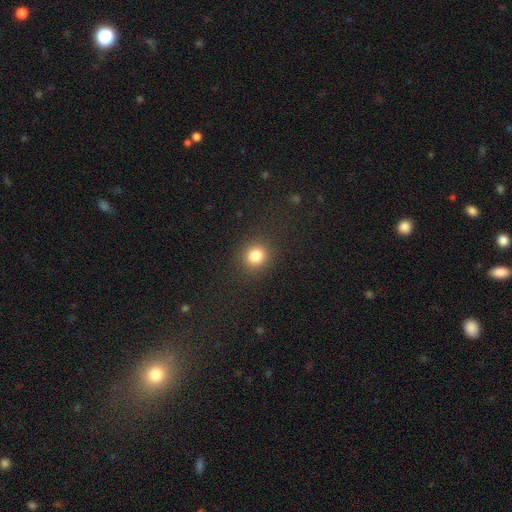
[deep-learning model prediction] smooth-or-featured: smooth: 83% | star or artifact: 12% | featured or disk: 5%
  how-rounded: round: 86% | in between: 13% | cigar-shaped: 1%
  merging: none: 89% | minor disturbance: 7% | major disturbance: 3% | merger: 1%